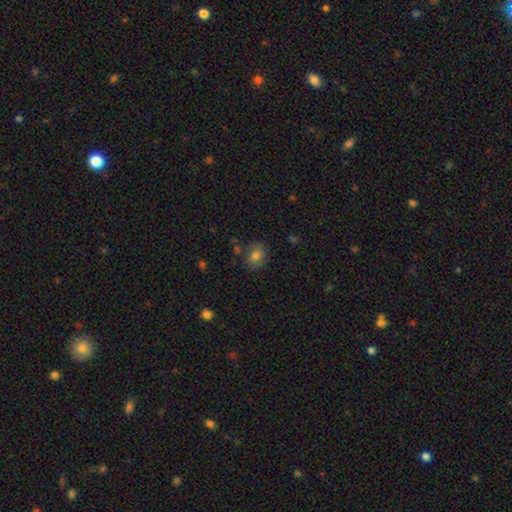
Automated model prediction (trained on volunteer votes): This is likely a smooth galaxy (79%). How rounded: possibly round (53%). Merging: likely none (79%).